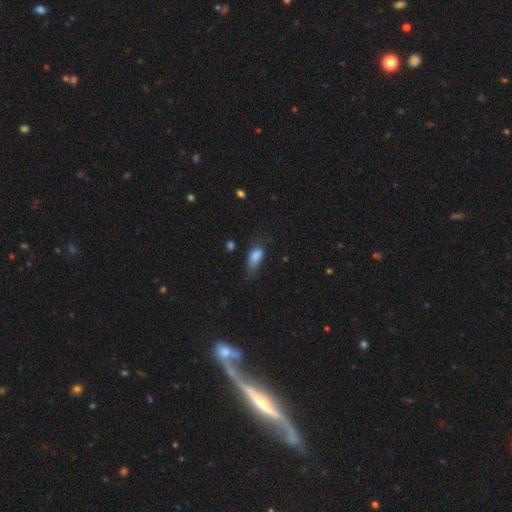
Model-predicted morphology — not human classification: smooth-or-featured: smooth: 81% | featured or disk: 11% | star or artifact: 9%
  how-rounded: in between: 83% | cigar-shaped: 11% | round: 6%
  merging: minor disturbance: 39% | none: 34% | major disturbance: 24% | merger: 3%